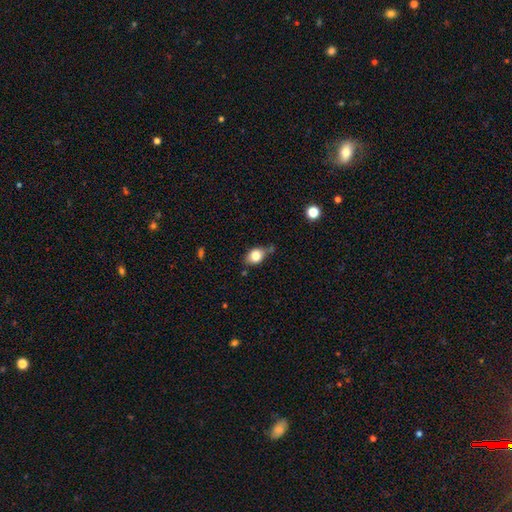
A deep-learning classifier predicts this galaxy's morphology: A smooth galaxy with no disk features (81%) that is in between round and cigar-shaped (65%). Merging: none (57%).